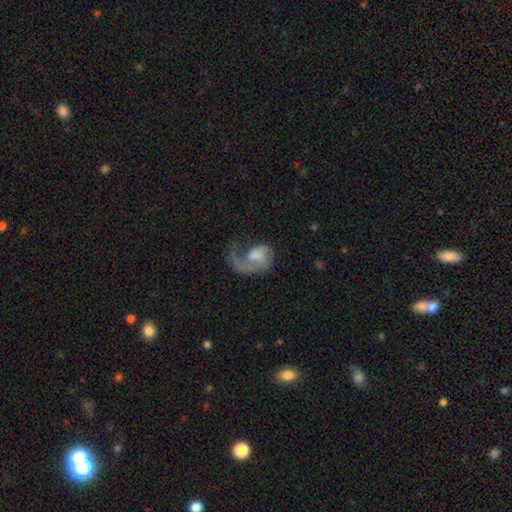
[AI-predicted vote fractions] smooth_or_featured: featured or disk (p=0.71) [alt: smooth p=0.21]
disk_edge_on: no (p=0.98) [alt: yes p=0.02]
bar: no (p=0.64) [alt: weak p=0.31]
has_spiral_arms: yes (p=0.87) [alt: no p=0.13]
spiral_winding: loose (p=0.57) [alt: medium p=0.31]
spiral_arm_count: 1 (p=0.82) [alt: 2 p=0.11]
bulge_size: moderate (p=0.34) [alt: small p=0.26]
merging: major disturbance (p=0.50) [alt: none p=0.30]